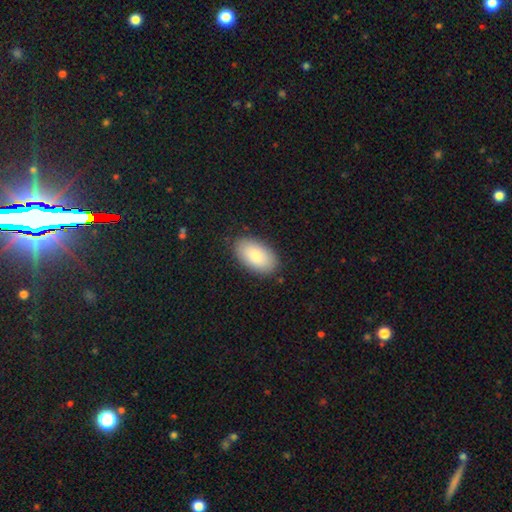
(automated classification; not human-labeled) The model was most divided on "smooth or featured": smooth: 83%, featured or disk: 11%, star or artifact: 6%. More confident: how rounded — in between (95%); merging — none (86%).